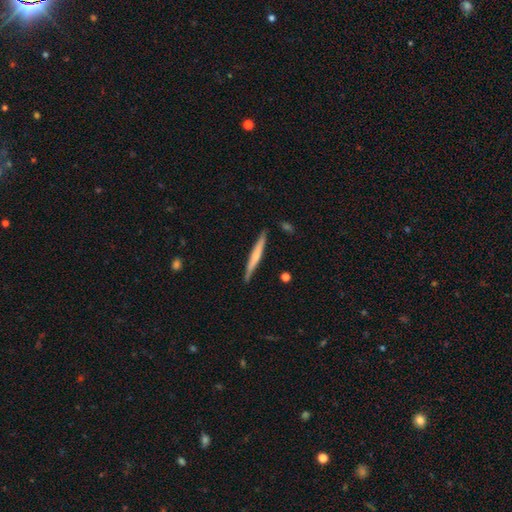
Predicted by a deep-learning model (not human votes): This is possibly a featured or disk galaxy (48%). Merging: clearly none (88%).